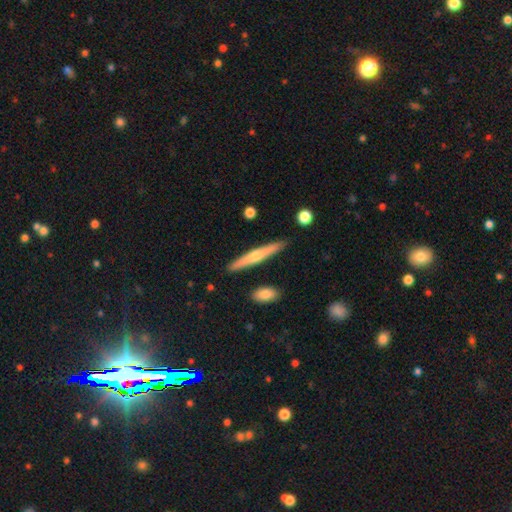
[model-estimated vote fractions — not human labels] Overall: featured or disk (58%; smooth 30%). Edge-on disk: yes (95%). Edge-on bulge: rounded (83%). Merging: none (87%).